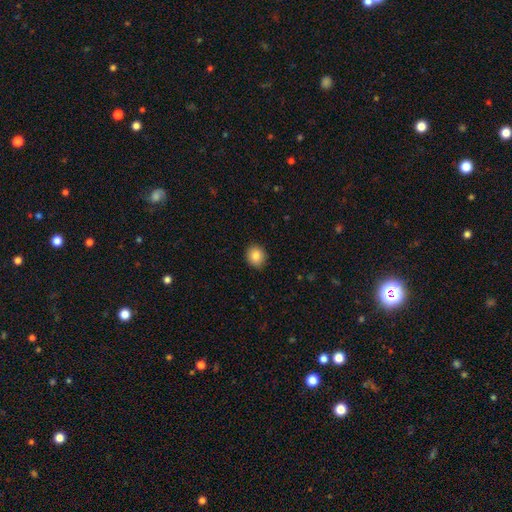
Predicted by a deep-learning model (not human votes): A smooth galaxy with no disk features (86%) that is round (74%).

Vote fractions:
- Smooth or featured? smooth: 86% / star or artifact: 9% / featured or disk: 5%
- How rounded? round: 74% / in between: 25% / cigar-shaped: 1%
- Merging? none: 90% / minor disturbance: 7% / major disturbance: 2% / merger: 1%